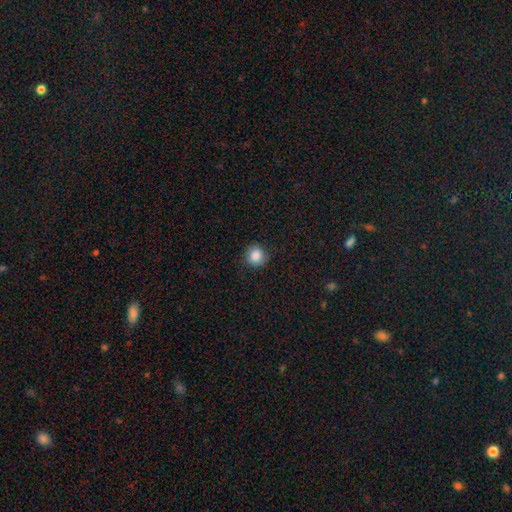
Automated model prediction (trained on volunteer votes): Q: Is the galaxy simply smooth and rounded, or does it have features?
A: smooth — 86%.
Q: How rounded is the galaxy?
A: round — 91%.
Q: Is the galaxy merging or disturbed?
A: none — 86%.